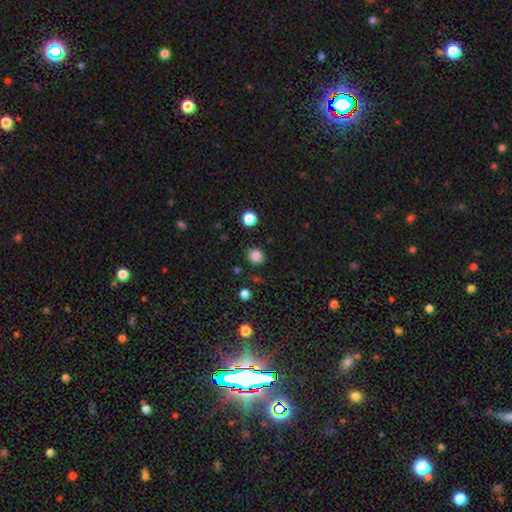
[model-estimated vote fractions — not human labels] smooth 84%, star or artifact 11%, featured or disk 5%. Down the decision tree: how rounded — round (77%); merging — none (86%).